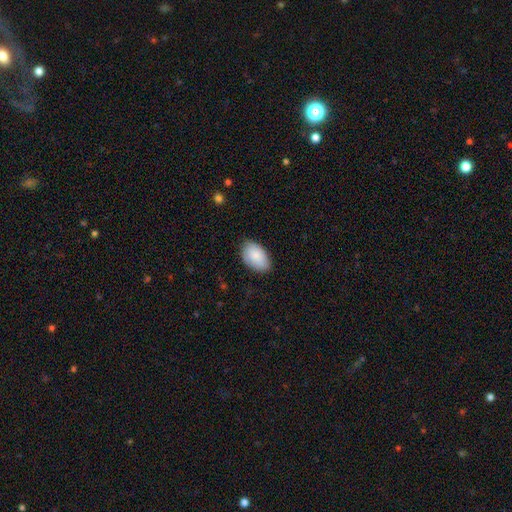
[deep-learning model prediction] smooth_or_featured: smooth (p=0.86) [alt: featured or disk p=0.08]
how_rounded: in between (p=0.93) [alt: round p=0.06]
merging: none (p=0.79) [alt: minor disturbance p=0.17]